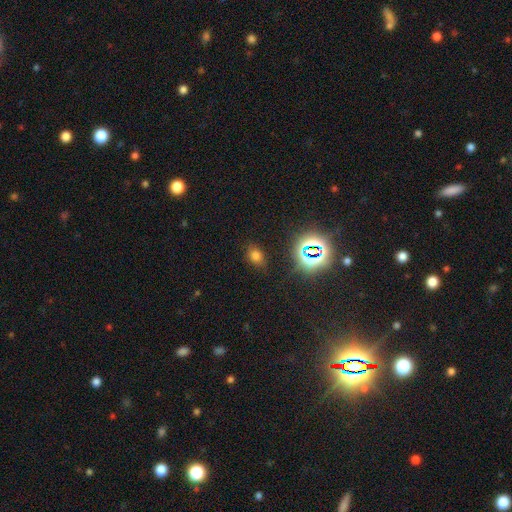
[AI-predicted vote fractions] A smooth galaxy with no disk features (66%) that is in between round and cigar-shaped (68%). Merging: none (81%).